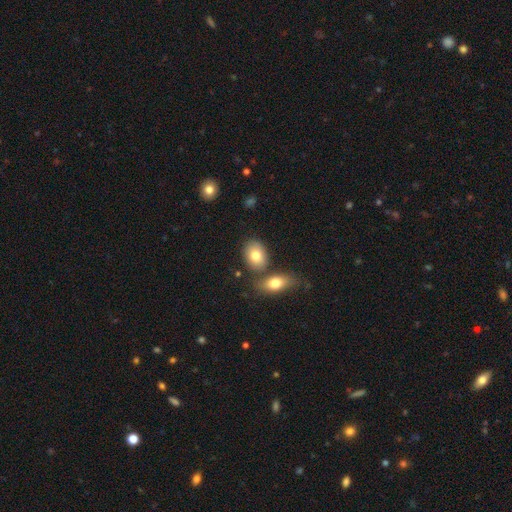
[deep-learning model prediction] smooth-or-featured: smooth: 79% | featured or disk: 13% | star or artifact: 8%
  how-rounded: in between: 77% | round: 22% | cigar-shaped: 1%
  merging: none: 66% | merger: 20% | minor disturbance: 11% | major disturbance: 3%